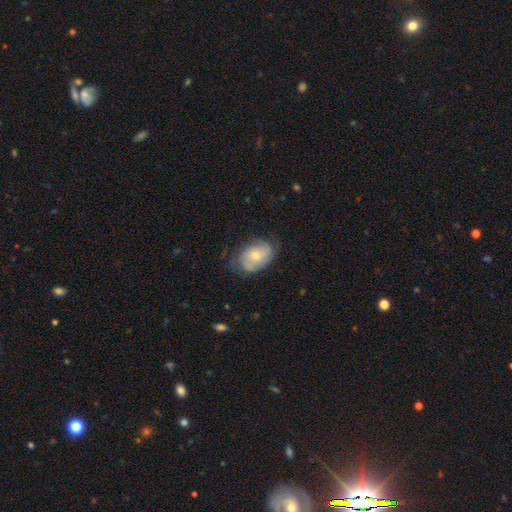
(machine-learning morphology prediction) A featured or disk galaxy (48%). Merging: none (64%).